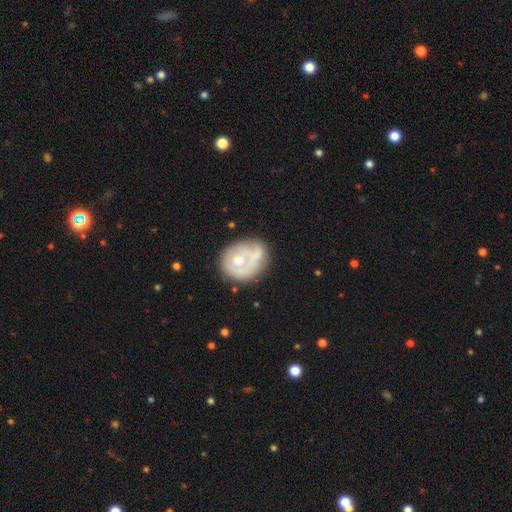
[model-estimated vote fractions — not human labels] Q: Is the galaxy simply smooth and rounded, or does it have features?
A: featured or disk — 53%.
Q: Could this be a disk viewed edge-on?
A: no — 97%.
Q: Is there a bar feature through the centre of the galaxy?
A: no — 85%.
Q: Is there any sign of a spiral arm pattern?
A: no — 69%.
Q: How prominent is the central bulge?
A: moderate — 60%.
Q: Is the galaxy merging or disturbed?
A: none — 47%.